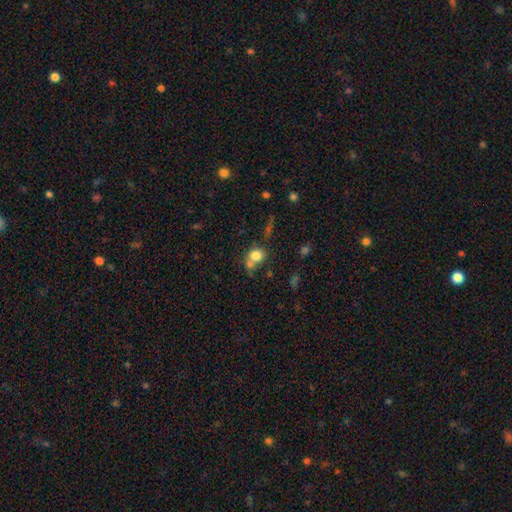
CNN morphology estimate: smooth 78%, star or artifact 11%, featured or disk 11%. Down the decision tree: how rounded — round (66%); merging — none (44%).